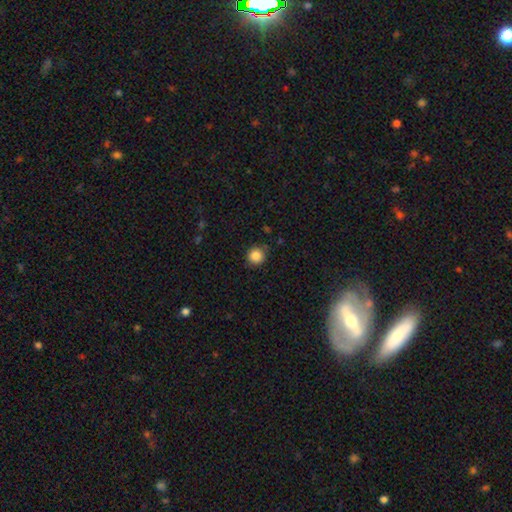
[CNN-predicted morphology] smooth 85%, star or artifact 10%, featured or disk 4%. Down the decision tree: how rounded — round (92%); merging — none (84%).